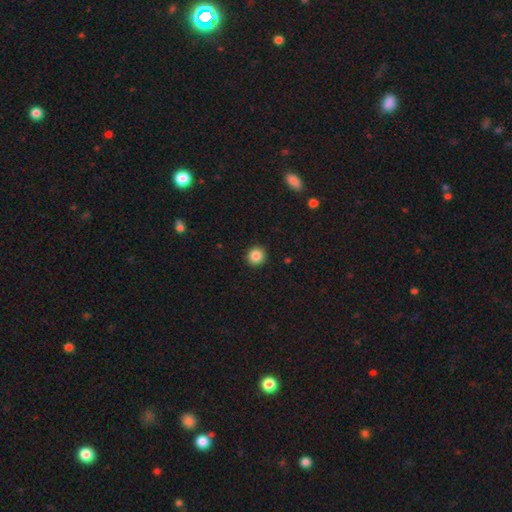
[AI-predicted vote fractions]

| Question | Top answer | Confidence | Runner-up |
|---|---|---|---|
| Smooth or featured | smooth | 87% | star or artifact (10%) |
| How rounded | round | 92% | in between (7%) |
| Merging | none | 93% | minor disturbance (5%) |